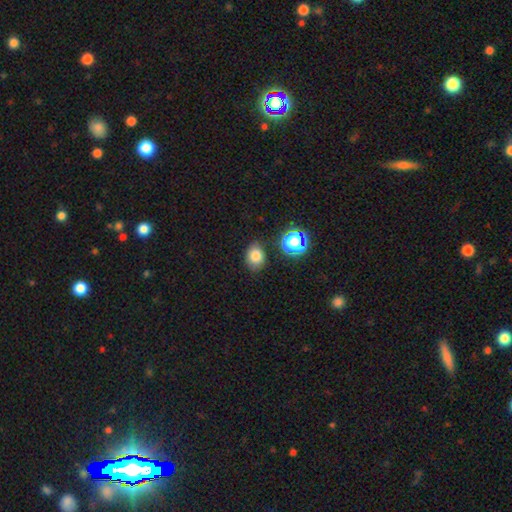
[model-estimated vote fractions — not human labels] The model was most divided on "how rounded": in between: 54%, round: 45%, cigar-shaped: 1%. More confident: smooth or featured — smooth (77%); merging — none (76%).